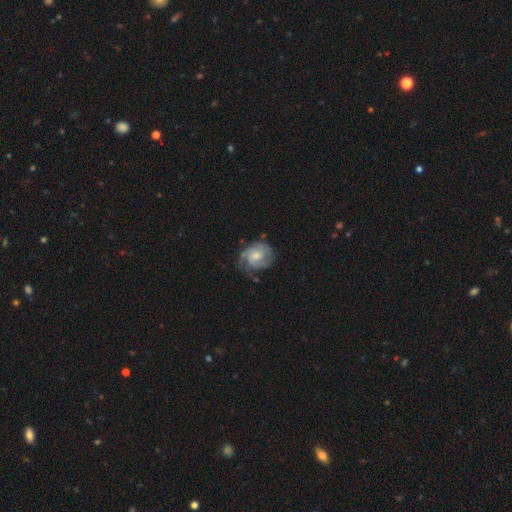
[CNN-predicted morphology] The model was most divided on "bulge size": moderate: 52%, small: 37%, large: 5%, none: 4%, dominant: 1%. Remaining: edge-on disk — no (98%); spiral arms — yes (90%); smooth or featured — featured or disk (70%); merging — none (60%); bar — no (58%); spiral winding — tight (53%); spiral arm count — 2 (49%).